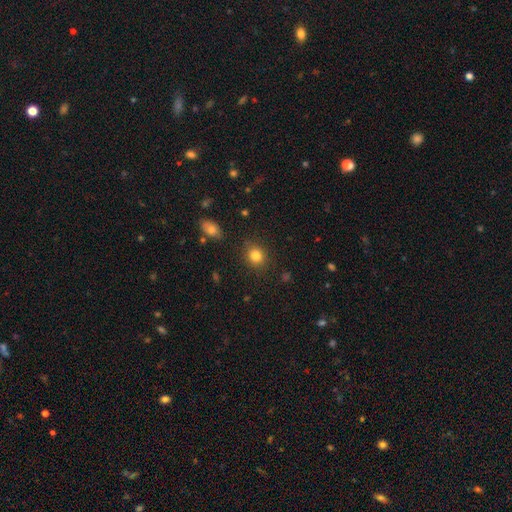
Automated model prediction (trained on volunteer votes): This is clearly a smooth galaxy (83%). How rounded: likely round (75%). Merging: clearly none (86%).